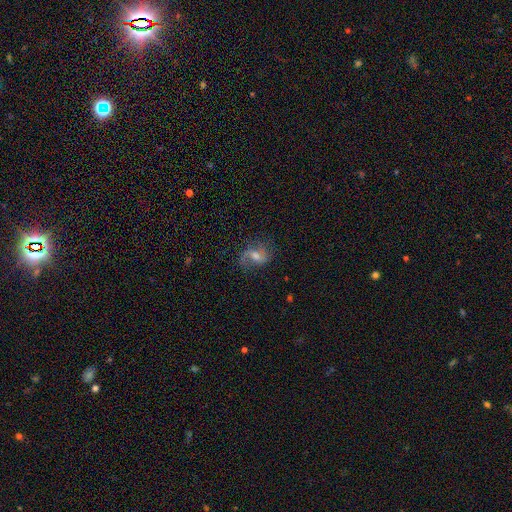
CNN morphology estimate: smooth_or_featured: featured or disk (p=0.68) [alt: smooth p=0.22]
disk_edge_on: no (p=0.96) [alt: yes p=0.04]
bar: weak (p=0.49) [alt: no p=0.31]
has_spiral_arms: yes (p=0.91) [alt: no p=0.09]
spiral_winding: loose (p=0.57) [alt: medium p=0.34]
spiral_arm_count: 2 (p=0.78) [alt: 1 p=0.13]
bulge_size: moderate (p=0.58) [alt: small p=0.30]
merging: none (p=0.68) [alt: minor disturbance p=0.19]